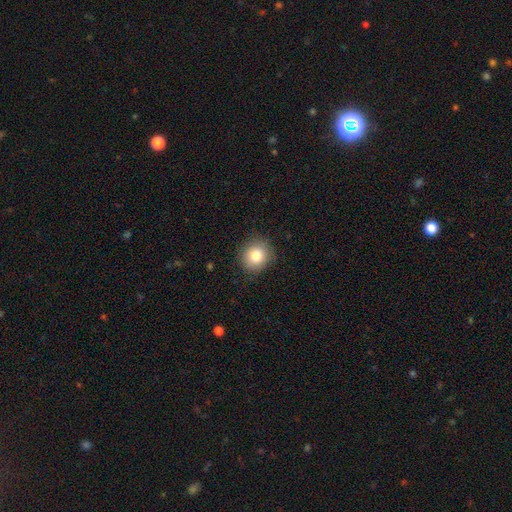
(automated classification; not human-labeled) smooth 83%, star or artifact 9%, featured or disk 8%. Down the decision tree: how rounded — round (84%); merging — none (86%).